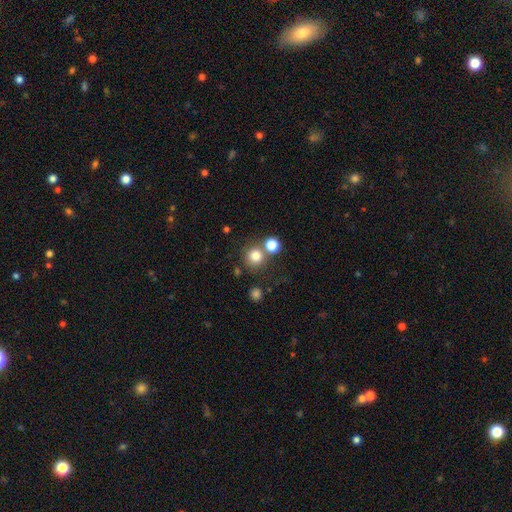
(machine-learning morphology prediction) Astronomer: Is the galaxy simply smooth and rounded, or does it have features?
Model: smooth — 79%.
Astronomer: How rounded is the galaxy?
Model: round — 91%.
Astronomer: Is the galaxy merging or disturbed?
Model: none — 66%.